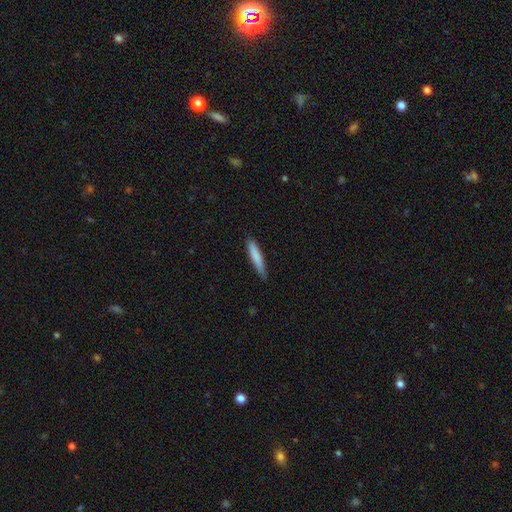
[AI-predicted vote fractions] smooth-or-featured: smooth: 79% | featured or disk: 16% | star or artifact: 5%
  how-rounded: cigar-shaped: 92% | in between: 7% | round: 1%
  merging: none: 83% | minor disturbance: 14% | major disturbance: 2% | merger: 1%